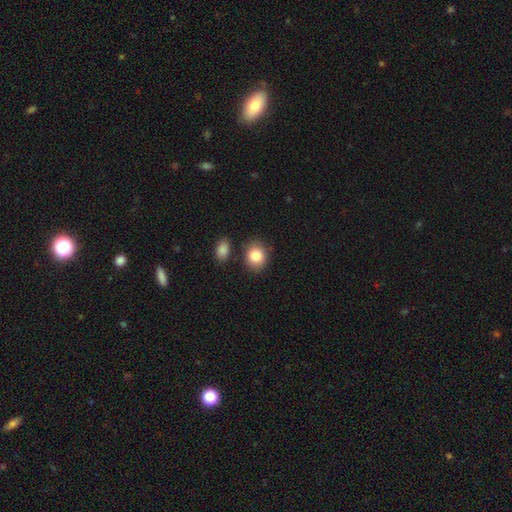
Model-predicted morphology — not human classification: This is clearly a smooth galaxy (85%). How rounded: possibly round (58%). Merging: likely none (79%).